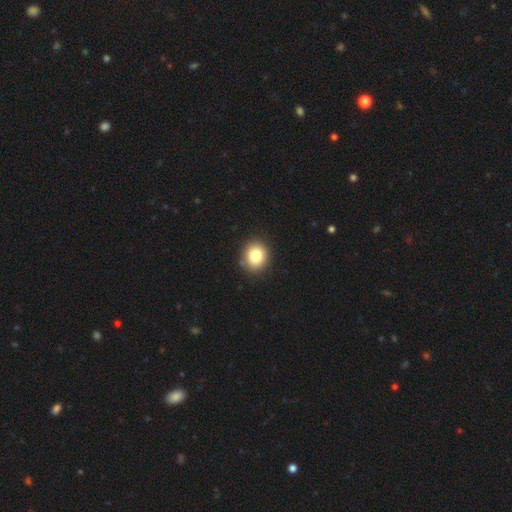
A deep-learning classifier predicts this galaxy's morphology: A smooth galaxy with no disk features (84%) that is round (74%).

Vote fractions:
- Smooth or featured? smooth: 84% / star or artifact: 10% / featured or disk: 6%
- How rounded? round: 74% / in between: 25% / cigar-shaped: 1%
- Merging? none: 88% / minor disturbance: 8% / major disturbance: 2% / merger: 2%